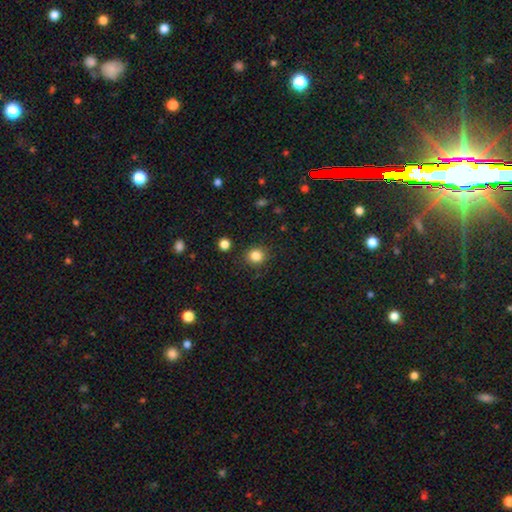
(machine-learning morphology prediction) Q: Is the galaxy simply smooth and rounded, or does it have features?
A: smooth — 85%.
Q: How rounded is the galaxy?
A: round — 87%.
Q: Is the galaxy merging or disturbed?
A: none — 88%.